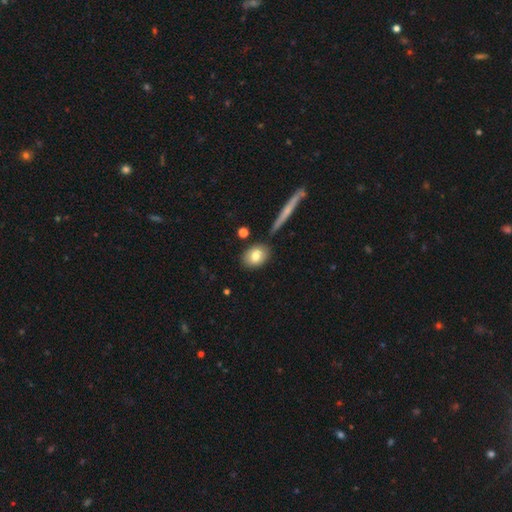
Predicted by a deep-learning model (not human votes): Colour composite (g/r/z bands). It shows a smooth galaxy with no disk features (79%) that is in between round and cigar-shaped (63%). Merging: none (82%).